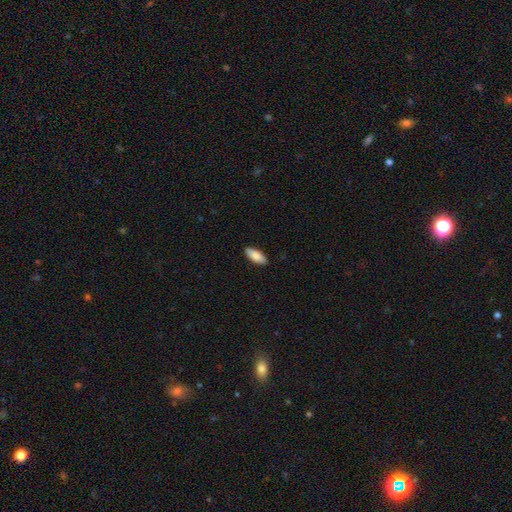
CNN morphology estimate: Overall: smooth (86%). How rounded: in between (83%). Merging: none (89%).